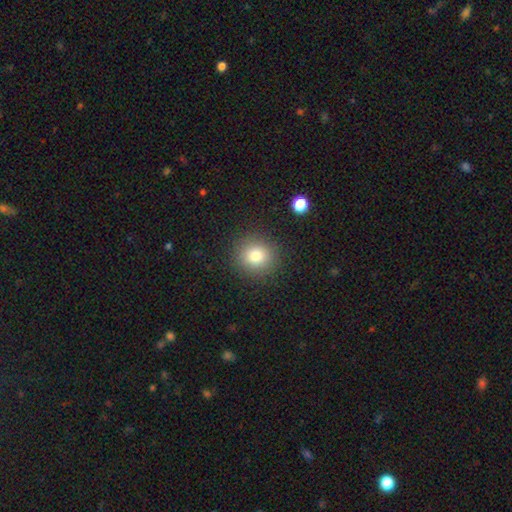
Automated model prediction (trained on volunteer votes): Overall: smooth (79%). How rounded: round (90%). Merging: none (89%).